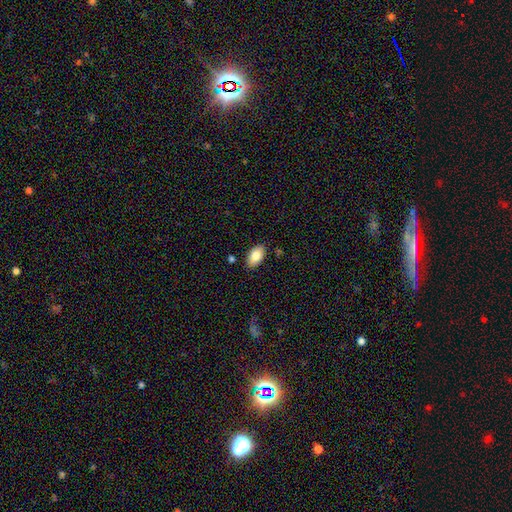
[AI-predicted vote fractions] Morphology: type=smooth (82%); roundness=in between (94%); merging=none (86%).